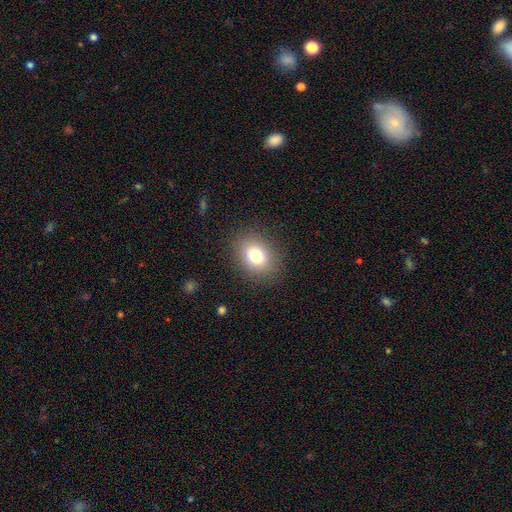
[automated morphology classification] Smooth or featured? smooth (77%)
How rounded? round (50%, tied with in between)
Merging? none (86%)